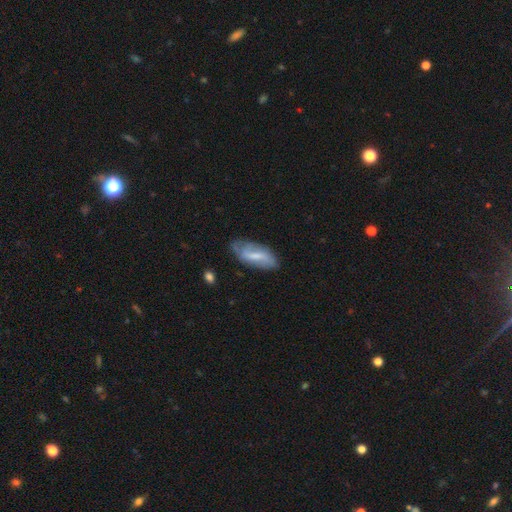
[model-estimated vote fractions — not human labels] Smooth or featured? featured or disk (58%)
Edge-on disk? no (90%)
Bar? weak (49%)
Spiral arms? yes (79%)
Bulge size? small (42%)
Merging? none (65%)